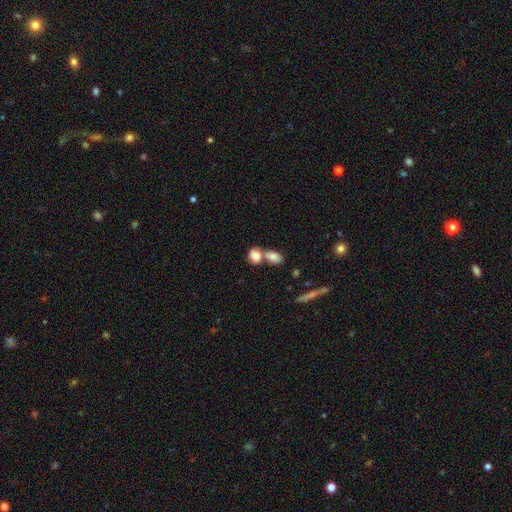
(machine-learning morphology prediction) smooth-or-featured: smooth: 82% | featured or disk: 10% | star or artifact: 8%
  how-rounded: in between: 66% | round: 31% | cigar-shaped: 2%
  merging: merger: 59% | none: 29% | minor disturbance: 8% | major disturbance: 4%